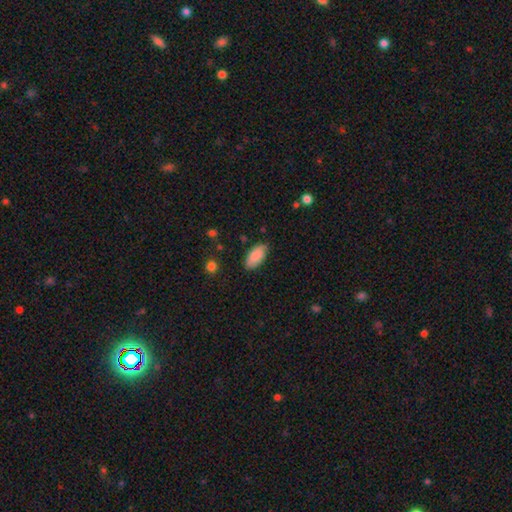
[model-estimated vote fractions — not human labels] smooth 88%, featured or disk 6%, star or artifact 6%. Down the decision tree: how rounded — in between (93%); merging — none (81%).